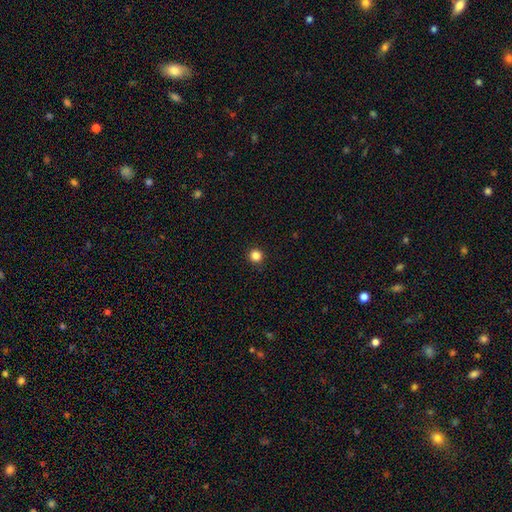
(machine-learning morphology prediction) A smooth galaxy with no disk features (85%) that is round (95%).

Vote fractions:
- Smooth or featured? smooth: 85% / star or artifact: 12% / featured or disk: 3%
- How rounded? round: 95% / in between: 4% / cigar-shaped: 1%
- Merging? none: 93% / minor disturbance: 4% / major disturbance: 2% / merger: 1%